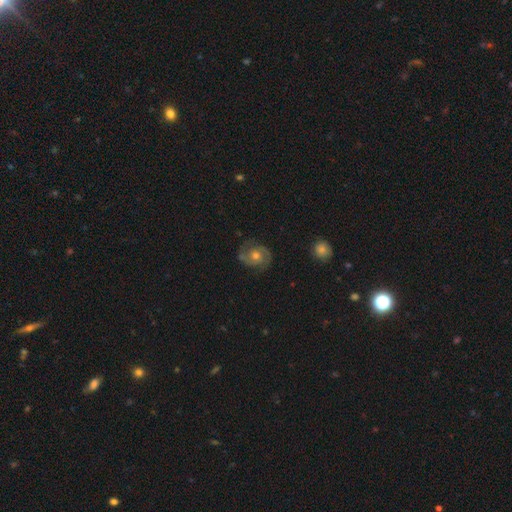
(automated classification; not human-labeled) Smooth or featured? featured or disk (80%)
Edge-on disk? no (98%)
Bar? no (71%)
Spiral arms? yes (95%)
Spiral winding? medium (45%)
Spiral arm count? 2 (87%)
Bulge size? moderate (70%)
Merging? none (82%)